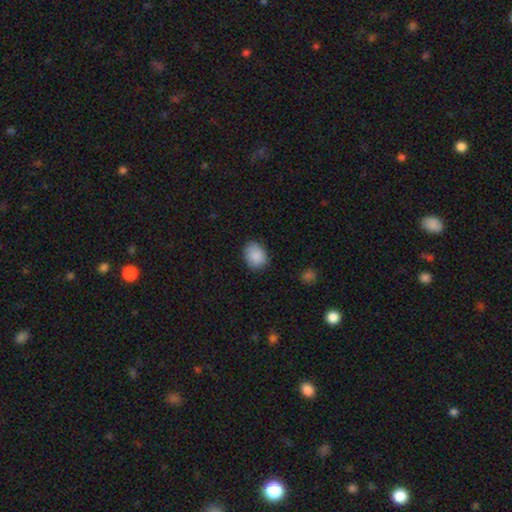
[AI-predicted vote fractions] Overall: smooth (89%). How rounded: in between (61%; round 38%). Merging: none (82%).